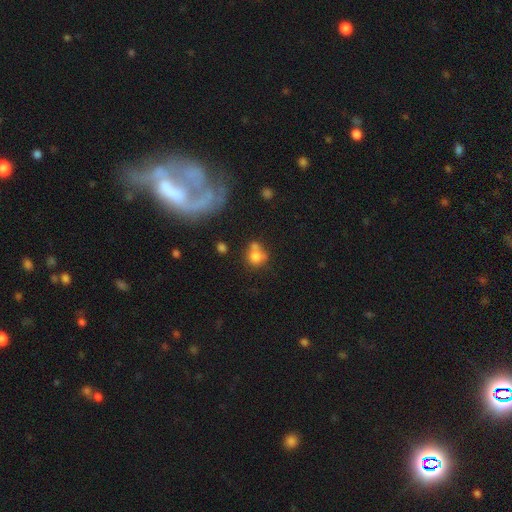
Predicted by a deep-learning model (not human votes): A smooth galaxy with no disk features (74%) that is round (74%).

Vote fractions:
- Smooth or featured? smooth: 74% / featured or disk: 15% / star or artifact: 11%
- How rounded? round: 74% / in between: 24% / cigar-shaped: 1%
- Merging? none: 41% / merger: 36% / minor disturbance: 15% / major disturbance: 8%